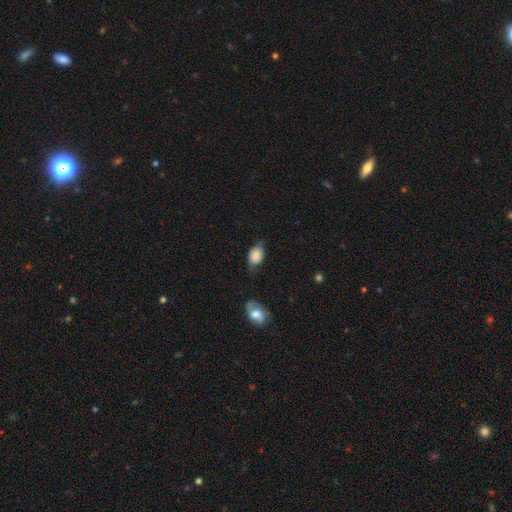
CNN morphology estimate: smooth 79%, featured or disk 13%, star or artifact 8%. Down the decision tree: how rounded — in between (82%); merging — none (56%).